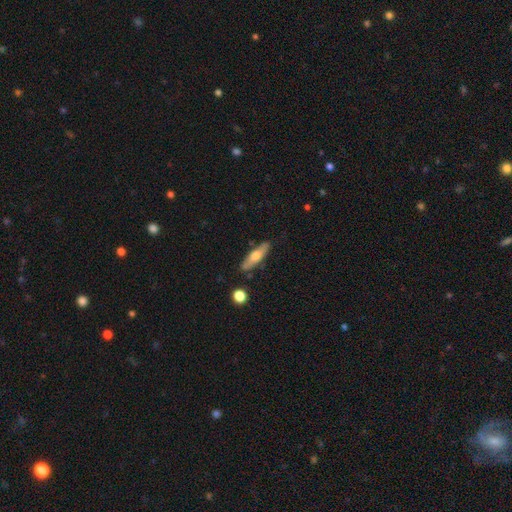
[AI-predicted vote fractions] Smooth or featured? smooth (56%)
How rounded? cigar-shaped (60%)
Merging? none (82%)